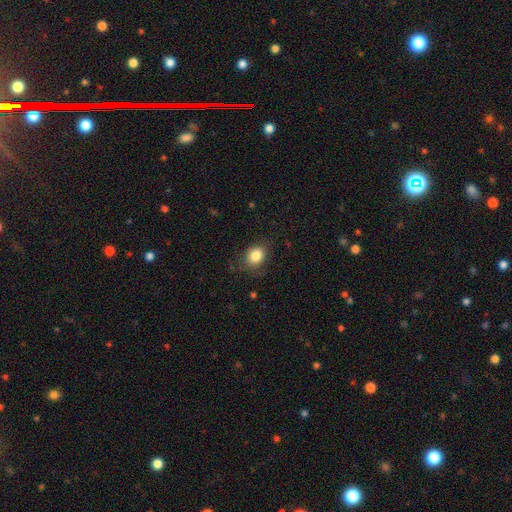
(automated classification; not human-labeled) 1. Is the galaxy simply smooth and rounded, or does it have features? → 84% smooth, 10% star or artifact, 6% featured or disk.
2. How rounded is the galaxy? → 58% round, 41% in between, 1% cigar-shaped.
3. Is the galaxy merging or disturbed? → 74% none, 19% minor disturbance, 6% major disturbance, 1% merger.